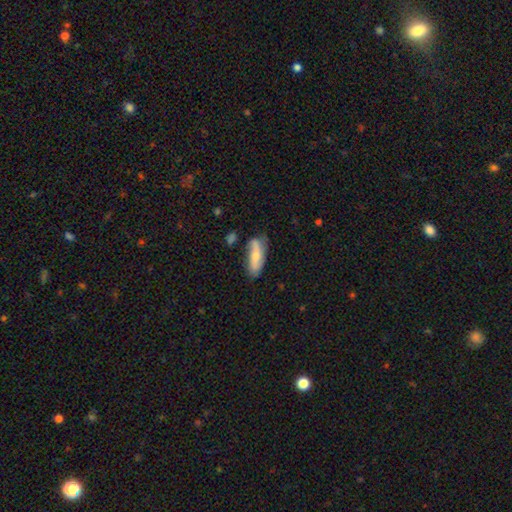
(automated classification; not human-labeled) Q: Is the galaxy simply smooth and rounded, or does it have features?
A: smooth — 60%.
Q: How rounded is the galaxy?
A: in between — 59%.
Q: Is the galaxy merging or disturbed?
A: none — 59%.